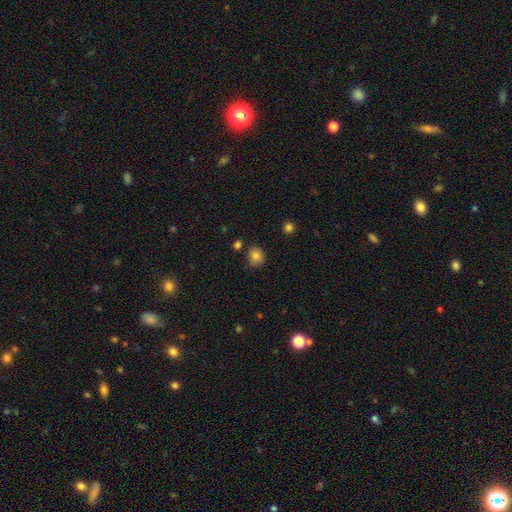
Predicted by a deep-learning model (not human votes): This appears to be a smooth galaxy with no disk features (82%) that is round (79%). Merging: none (77%).